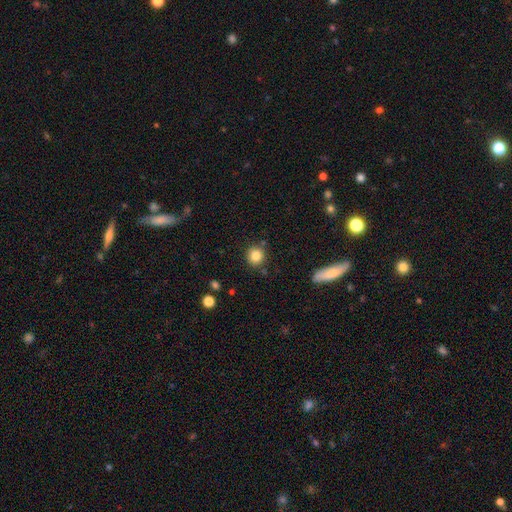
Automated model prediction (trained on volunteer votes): This appears to be a smooth galaxy with no disk features (84%) that is round (90%). Merging: none (85%).